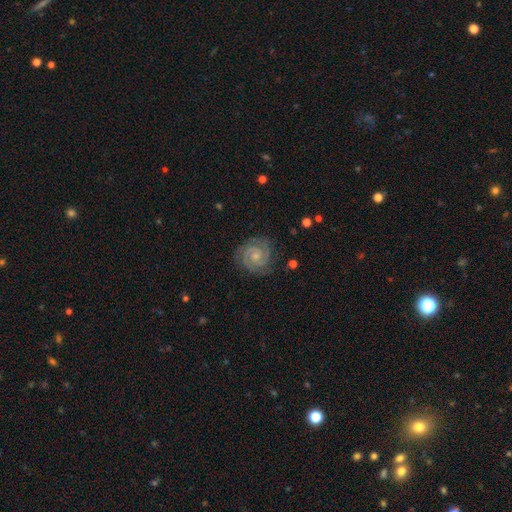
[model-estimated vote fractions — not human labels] Q: Smooth or featured?
A: featured or disk (87%); runner-up: smooth (7%)
Q: Edge-on disk?
A: no (98%); runner-up: yes (2%)
Q: Bar?
A: no (64%); runner-up: weak (30%)
Q: Spiral arms?
A: yes (98%); runner-up: no (2%)
Q: Spiral winding?
A: tight (74%); runner-up: medium (23%)
Q: Spiral arm count?
A: 2 (65%); runner-up: 3 (19%)
Q: Bulge size?
A: small (64%); runner-up: moderate (25%)
Q: Merging?
A: none (81%); runner-up: minor disturbance (13%)